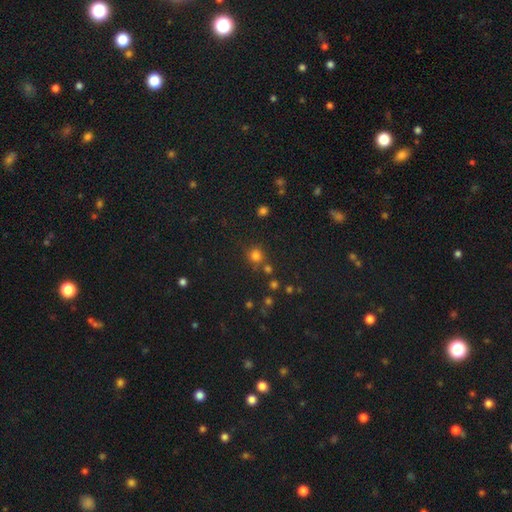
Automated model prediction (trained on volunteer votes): A smooth galaxy with no disk features (76%) that is round (90%). Merging: none (74%).